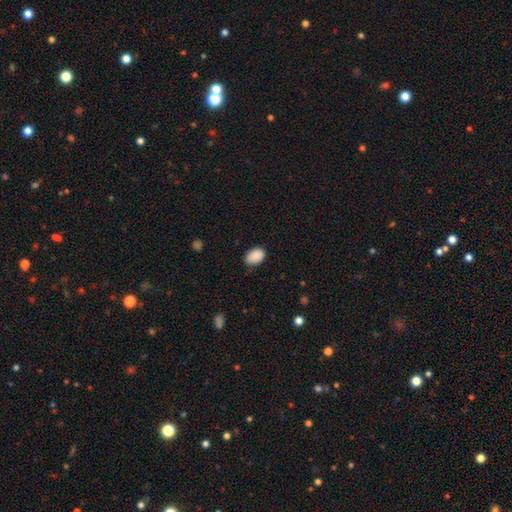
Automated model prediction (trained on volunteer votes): Morphology: type=smooth (89%); roundness=in between (85%); merging=none (72%).